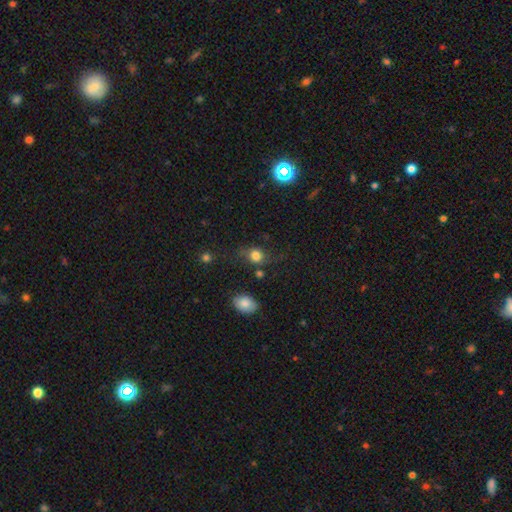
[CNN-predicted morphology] Overall: smooth (78%). How rounded: round (68%; in between 30%). Merging: none (65%).